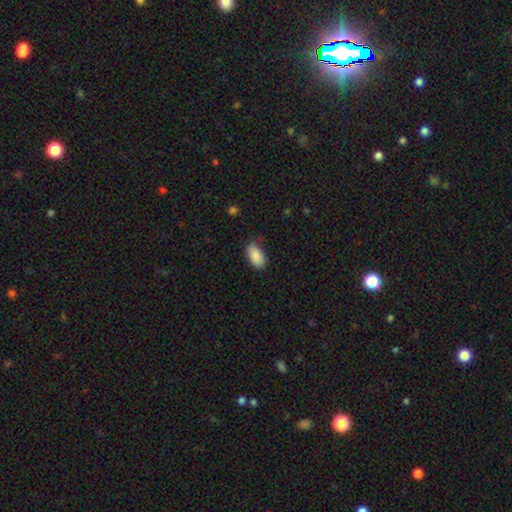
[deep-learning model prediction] This is clearly a smooth galaxy (89%). How rounded: clearly in between (94%). Merging: likely none (78%).